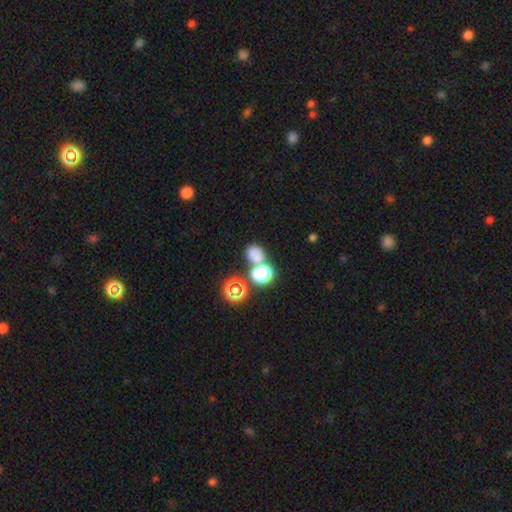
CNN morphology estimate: smooth-or-featured: smooth: 66% | star or artifact: 26% | featured or disk: 8%
  how-rounded: round: 63% | in between: 36% | cigar-shaped: 1%
  merging: none: 52% | merger: 33% | minor disturbance: 10% | major disturbance: 5%